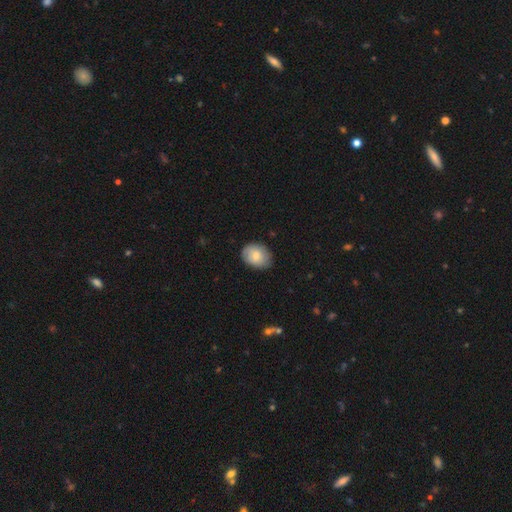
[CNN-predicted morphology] Smooth or featured: smooth — 77% (featured or disk — 16%)
How rounded: in between — 64% (round — 35%)
Merging: none — 79% (minor disturbance — 17%)